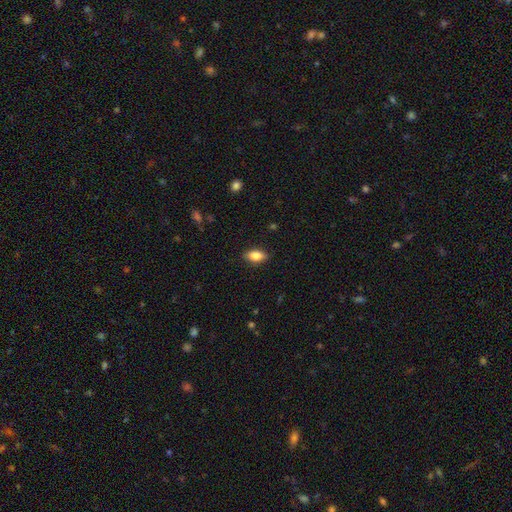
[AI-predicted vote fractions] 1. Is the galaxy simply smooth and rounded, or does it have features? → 81% smooth, 12% featured or disk, 7% star or artifact.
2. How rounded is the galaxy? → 88% in between, 8% cigar-shaped, 5% round.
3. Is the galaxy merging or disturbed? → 86% none, 11% minor disturbance, 2% major disturbance, 1% merger.